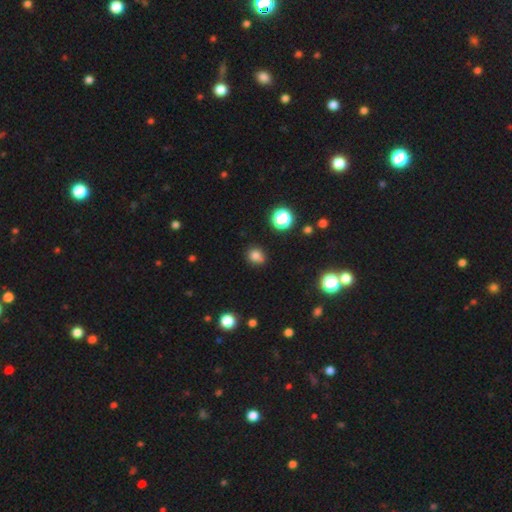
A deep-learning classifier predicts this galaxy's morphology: smooth 78%, star or artifact 16%, featured or disk 6%. Down the decision tree: how rounded — round (72%); merging — none (71%).